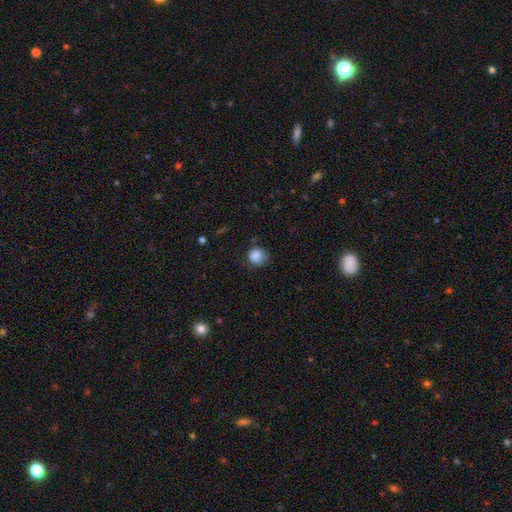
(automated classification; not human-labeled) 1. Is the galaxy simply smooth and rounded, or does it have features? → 86% smooth, 9% star or artifact, 5% featured or disk.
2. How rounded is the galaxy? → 83% round, 16% in between, 1% cigar-shaped.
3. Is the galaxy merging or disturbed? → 67% none, 25% minor disturbance, 6% major disturbance, 2% merger.